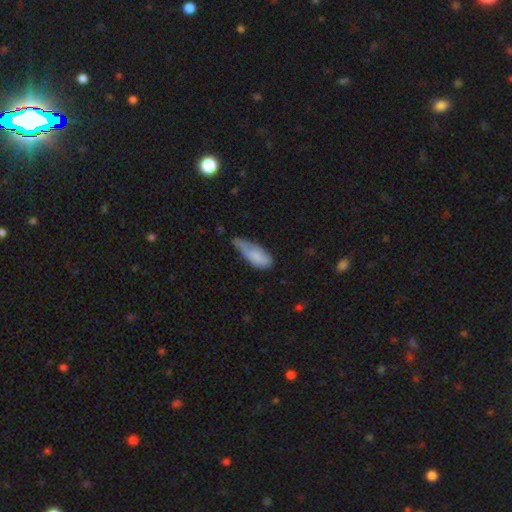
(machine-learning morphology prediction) Q: Smooth or featured?
A: smooth (79%); runner-up: featured or disk (14%)
Q: How rounded?
A: in between (74%); runner-up: cigar-shaped (23%)
Q: Merging?
A: minor disturbance (49%); runner-up: none (24%)